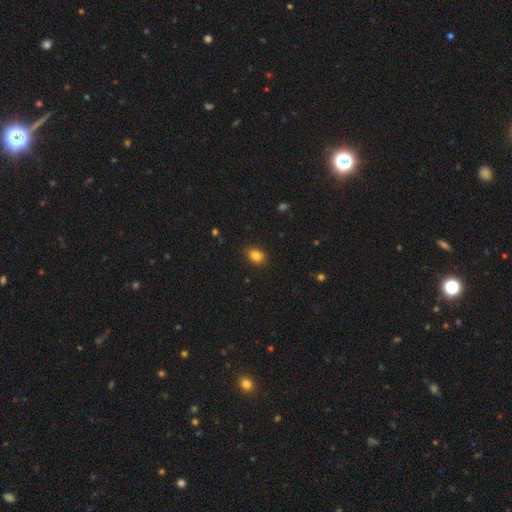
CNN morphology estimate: This appears to be a smooth galaxy with no disk features (83%) that is in between round and cigar-shaped (62%). Merging: none (87%).